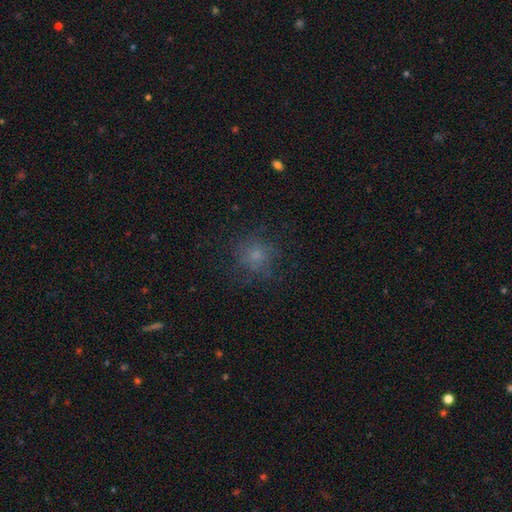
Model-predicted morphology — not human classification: type=smooth (65%); roundness=round (84%); merging=none (71%).